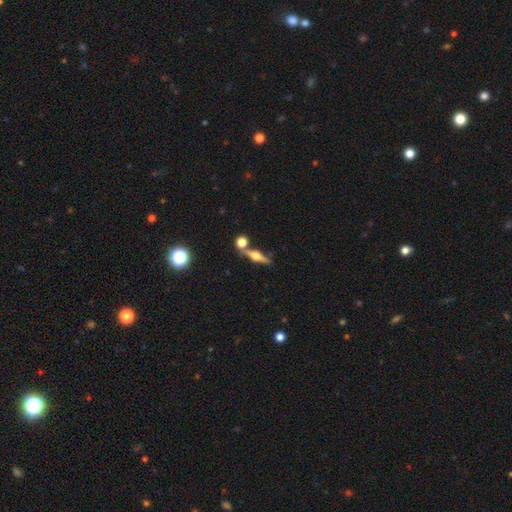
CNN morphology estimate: Q: Smooth or featured?
A: featured or disk (67%); runner-up: smooth (25%)
Q: Edge-on disk?
A: yes (95%); runner-up: no (5%)
Q: Edge-on bulge?
A: rounded (94%); runner-up: boxy (4%)
Q: Merging?
A: none (72%); runner-up: merger (15%)